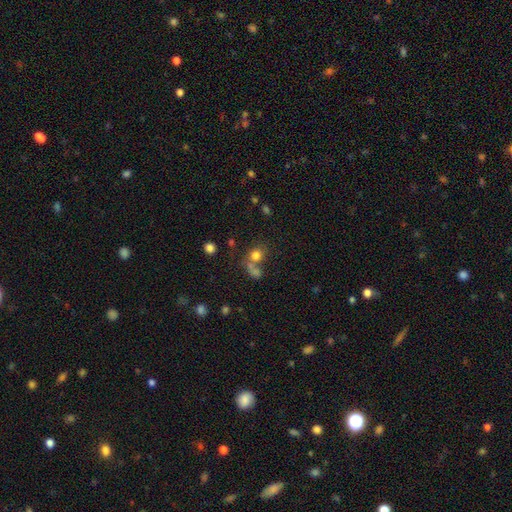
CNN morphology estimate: Smooth or featured?
  - smooth: 75% *
  - star or artifact: 14%
  - featured or disk: 11%
How rounded?
  - round: 74% *
  - in between: 25%
  - cigar-shaped: 1%
Merging?
  - none: 45% *
  - merger: 37%
  - minor disturbance: 10%
  - major disturbance: 8%